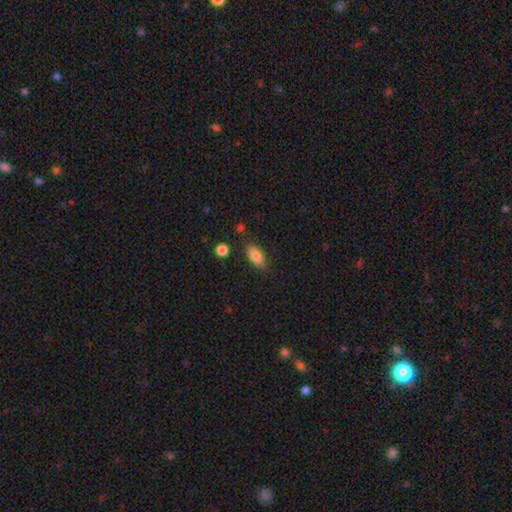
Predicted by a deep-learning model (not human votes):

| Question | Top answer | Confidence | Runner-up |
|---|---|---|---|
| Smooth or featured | smooth | 82% | featured or disk (10%) |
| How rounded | in between | 86% | cigar-shaped (10%) |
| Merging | none | 80% | minor disturbance (13%) |